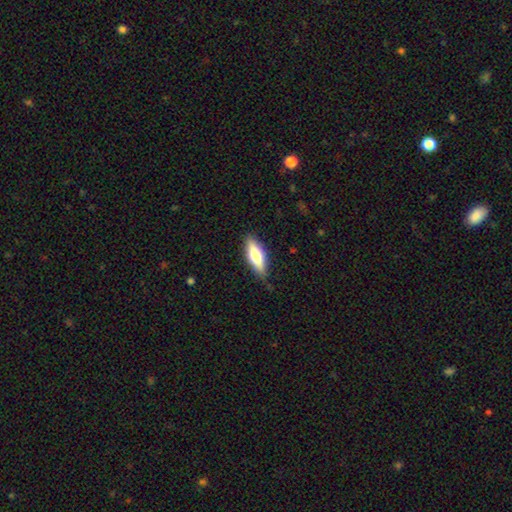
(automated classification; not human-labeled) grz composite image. It shows a smooth galaxy with no disk features (65%) that is in between round and cigar-shaped (58%). Merging: none (83%).